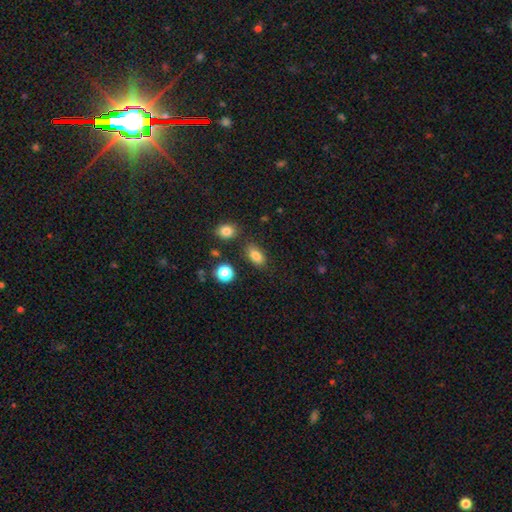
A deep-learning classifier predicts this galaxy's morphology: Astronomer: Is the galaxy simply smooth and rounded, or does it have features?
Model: smooth — 83%.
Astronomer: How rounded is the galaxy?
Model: in between — 87%.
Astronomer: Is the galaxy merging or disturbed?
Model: none — 79%.